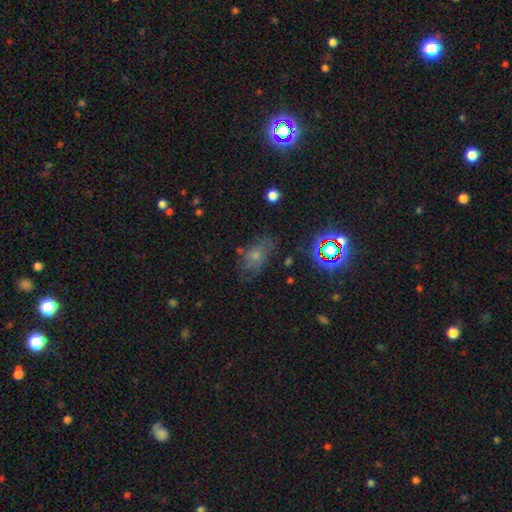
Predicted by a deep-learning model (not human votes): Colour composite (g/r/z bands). It shows a smooth galaxy with no disk features (51%) that is in between round and cigar-shaped (80%). Merging: none (58%).